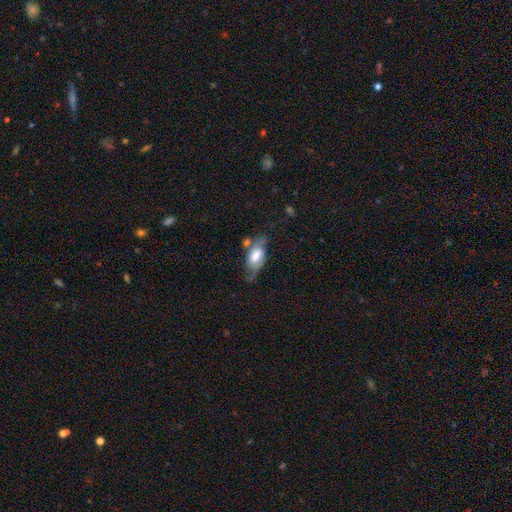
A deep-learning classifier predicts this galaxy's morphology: smooth-or-featured: smooth: 47% | featured or disk: 46% | star or artifact: 7%
  merging: none: 47% | minor disturbance: 28% | major disturbance: 15% | merger: 10%